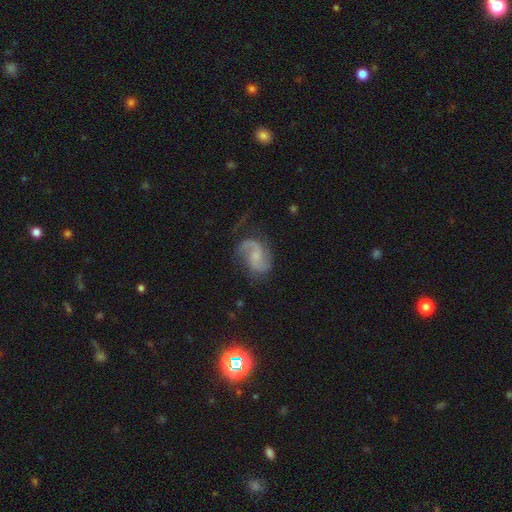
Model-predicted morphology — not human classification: The model was most divided on "spiral winding": medium: 49%, loose: 38%, tight: 14%. Remaining: edge-on disk — no (98%); spiral arms — yes (97%); spiral arm count — 2 (89%); smooth or featured — featured or disk (85%); merging — none (66%); bar — no (53%); bulge size — small (42%).